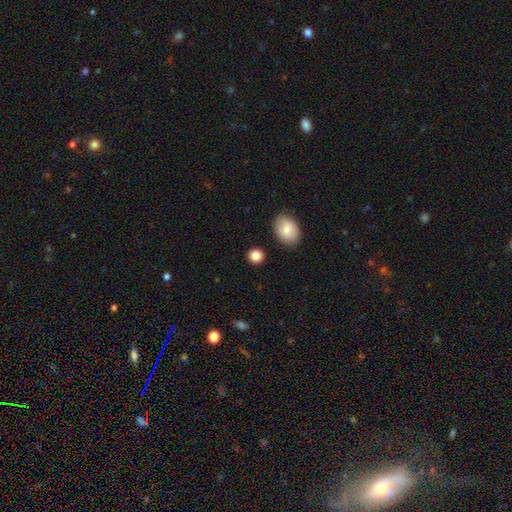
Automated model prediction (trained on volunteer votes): This appears to be a smooth galaxy with no disk features (86%) that is round (84%). Merging: none (88%).